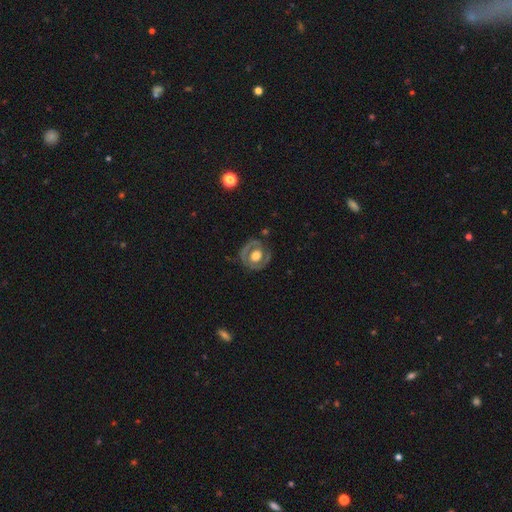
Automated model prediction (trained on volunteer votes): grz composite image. It shows a featured or disk galaxy (66%) with no bar (74%), no spiral arms (53%) and a large central bulge (48%). Merging: none (76%).